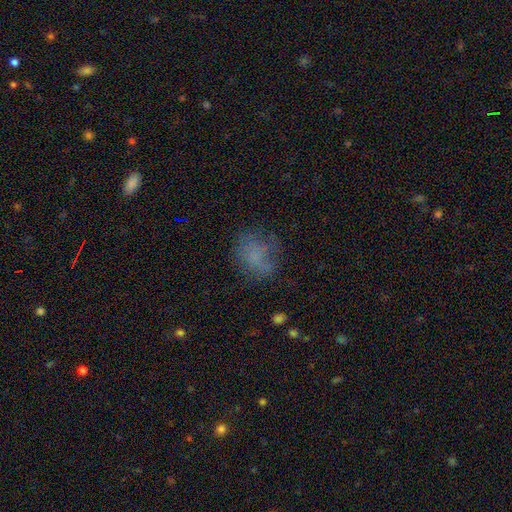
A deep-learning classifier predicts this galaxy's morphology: Smooth or featured? smooth (63%)
How rounded? round (56%)
Merging? none (56%)